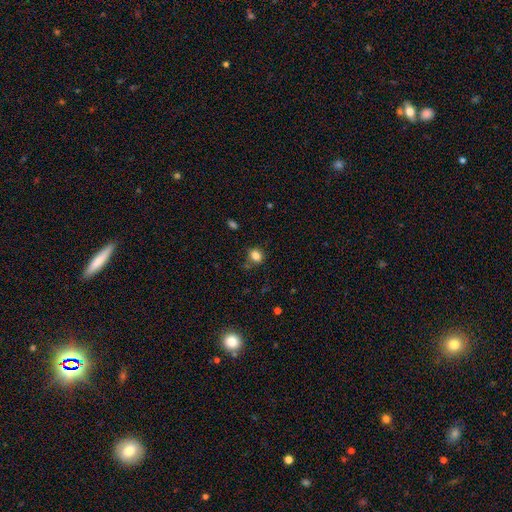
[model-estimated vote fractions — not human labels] This is clearly a smooth galaxy (83%). How rounded: possibly round (54%). Merging: likely none (74%).